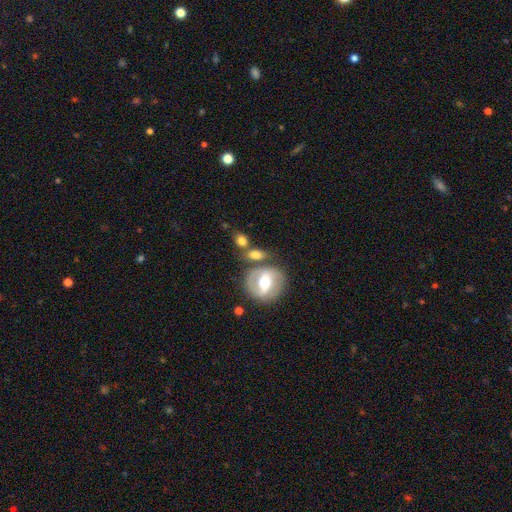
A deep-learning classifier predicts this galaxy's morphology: This appears to be a featured or disk galaxy (57%) with a weak bar (40%), spiral arms (52%) and a moderate central bulge (75%). Merging: none (65%).